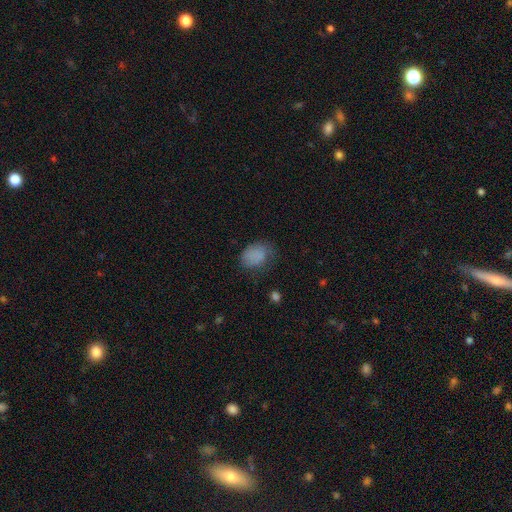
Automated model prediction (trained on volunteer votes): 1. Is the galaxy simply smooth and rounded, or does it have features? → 80% smooth, 11% star or artifact, 10% featured or disk.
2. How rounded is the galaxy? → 68% in between, 31% round, 1% cigar-shaped.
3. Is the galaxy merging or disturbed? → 54% none, 29% minor disturbance, 15% major disturbance, 2% merger.